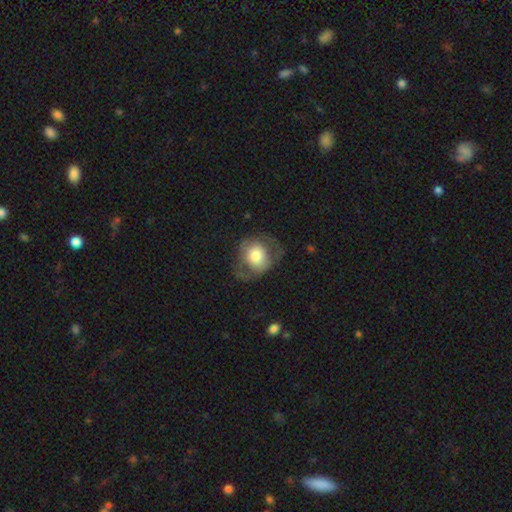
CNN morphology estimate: Smooth or featured?
  - smooth: 61% *
  - featured or disk: 32%
  - star or artifact: 7%
How rounded?
  - round: 67% *
  - in between: 32%
  - cigar-shaped: 1%
Merging?
  - none: 53% *
  - minor disturbance: 23%
  - major disturbance: 22%
  - merger: 2%